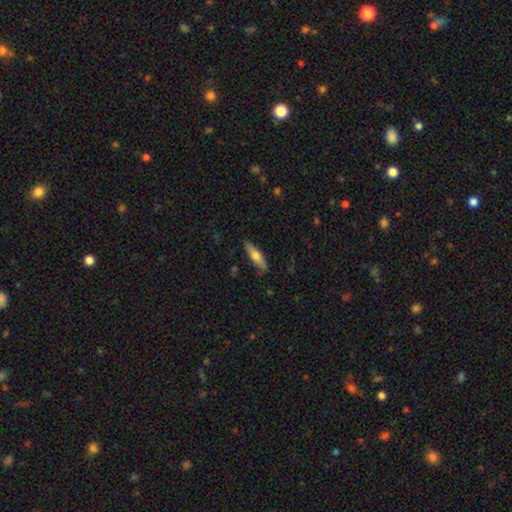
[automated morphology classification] Q: Smooth or featured?
A: smooth (58%); runner-up: featured or disk (36%)
Q: How rounded?
A: cigar-shaped (67%); runner-up: in between (30%)
Q: Merging?
A: none (85%); runner-up: minor disturbance (11%)